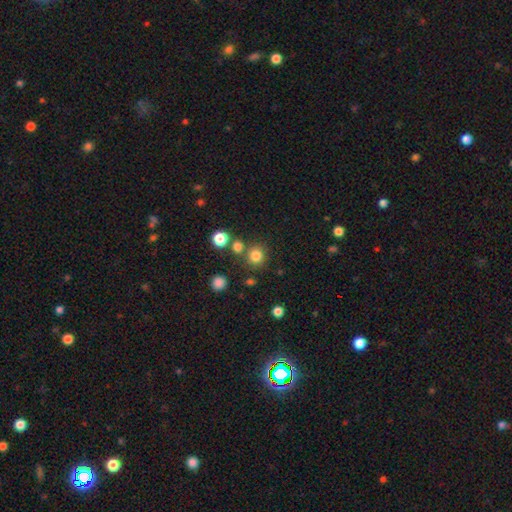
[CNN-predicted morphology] smooth 80%, star or artifact 14%, featured or disk 5%. Down the decision tree: how rounded — round (89%); merging — none (76%).